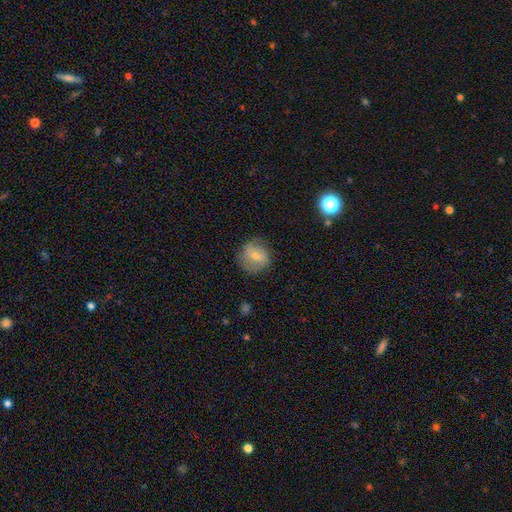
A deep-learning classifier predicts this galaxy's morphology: Smooth or featured: smooth — 52% (featured or disk — 37%)
How rounded: round — 84% (in between — 14%)
Merging: none — 76% (minor disturbance — 17%)